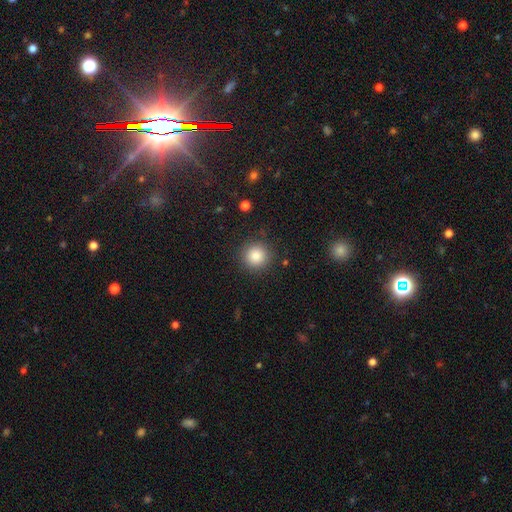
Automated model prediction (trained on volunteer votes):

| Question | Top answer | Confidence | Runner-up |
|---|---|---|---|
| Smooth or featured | smooth | 85% | star or artifact (10%) |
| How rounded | round | 94% | in between (5%) |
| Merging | none | 88% | minor disturbance (7%) |